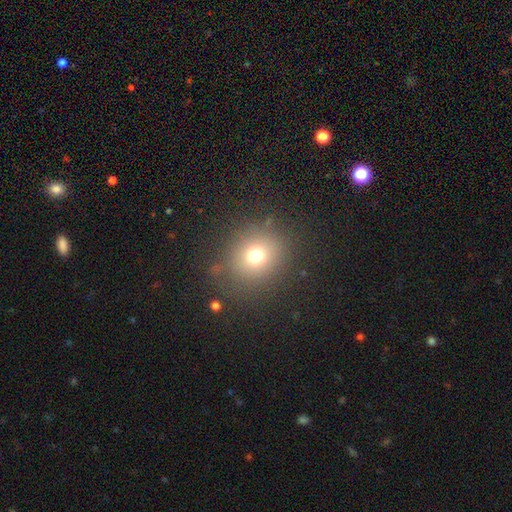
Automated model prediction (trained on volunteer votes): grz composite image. It shows a smooth galaxy with no disk features (72%) that is round (83%). Merging: none (80%).